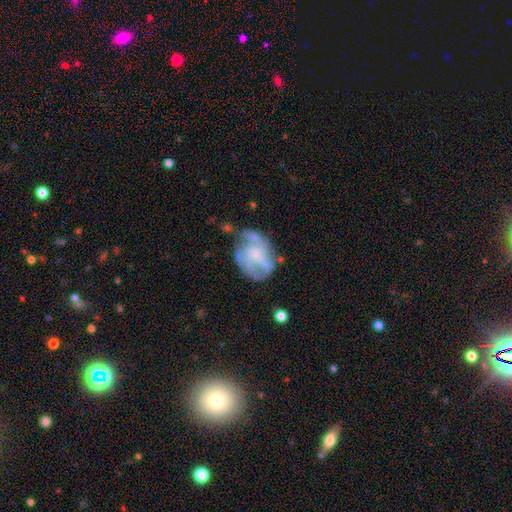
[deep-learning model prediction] A featured or disk galaxy (72%) with no bar (69%), medium (42%) spiral arms (76%) and a small central bulge (54%). Merging: none (48%).